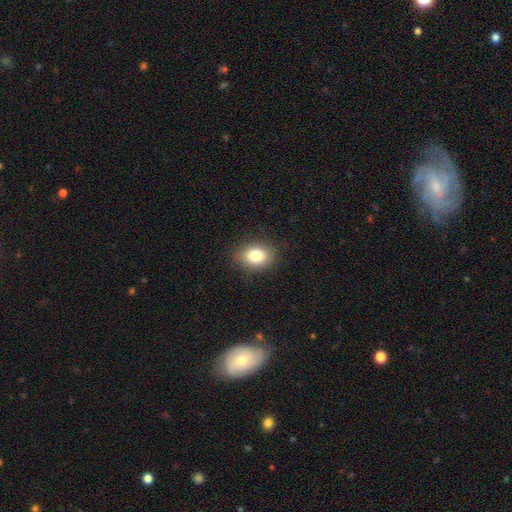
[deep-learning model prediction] Q: Smooth or featured?
A: smooth (83%); runner-up: star or artifact (9%)
Q: How rounded?
A: in between (67%); runner-up: round (32%)
Q: Merging?
A: none (87%); runner-up: minor disturbance (10%)